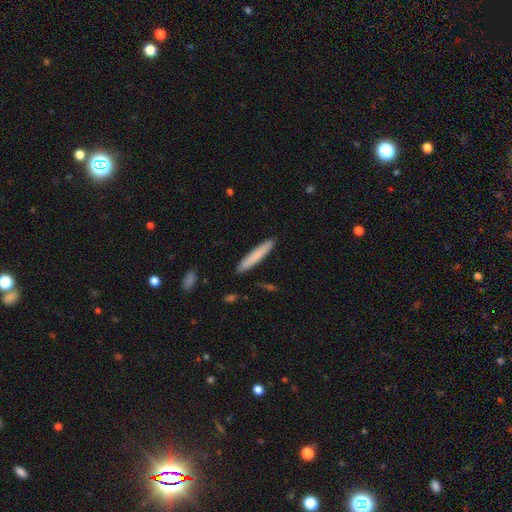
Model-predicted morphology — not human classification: Smooth or featured: smooth — 79% (featured or disk — 15%)
How rounded: cigar-shaped — 94% (in between — 5%)
Merging: none — 90% (minor disturbance — 7%)